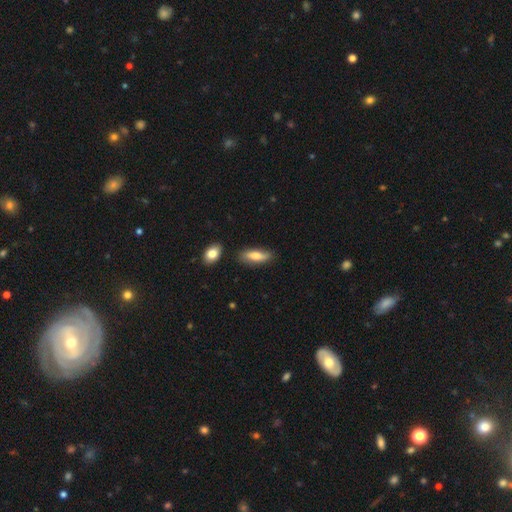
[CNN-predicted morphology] This appears to be a smooth galaxy with no disk features (70%) that is in between round and cigar-shaped (59%). Merging: none (79%).